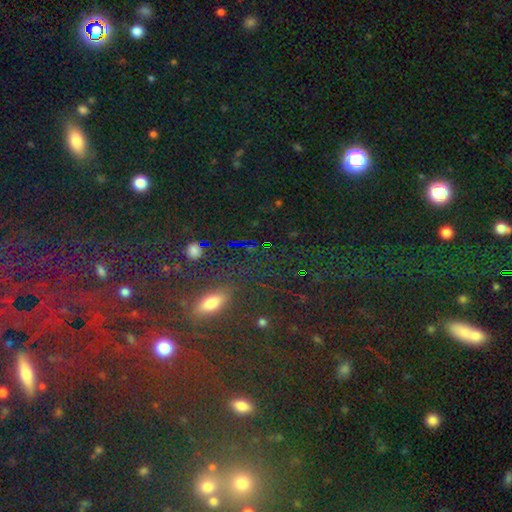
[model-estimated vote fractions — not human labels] Smooth or featured?
  - star or artifact: 45% *
  - smooth: 39%
  - featured or disk: 16%